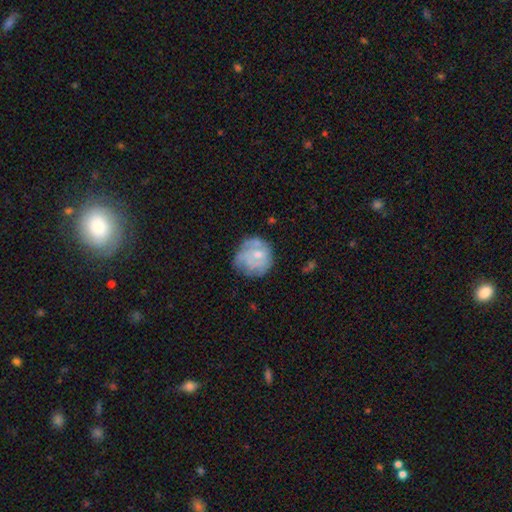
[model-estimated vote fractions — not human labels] This is possibly a featured or disk galaxy (53%). It is clearly not viewed edge-on (98%). Bar: likely no (80%). Spiral arm pattern: possibly yes (52%). Central bulge: possibly small (49%). Merging: possibly none (58%).